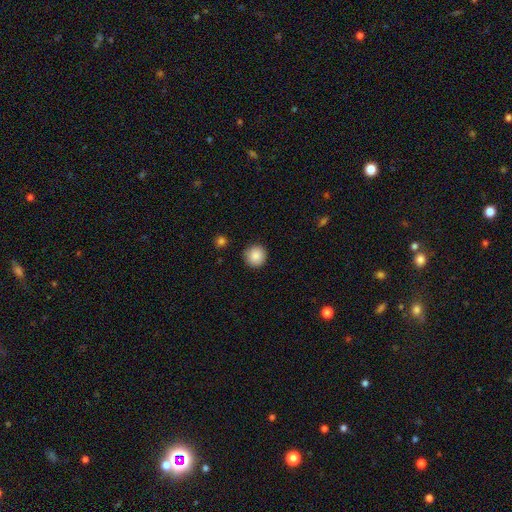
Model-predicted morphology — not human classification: The model was most divided on "smooth or featured": smooth: 88%, star or artifact: 8%, featured or disk: 3%. More confident: how rounded — round (95%); merging — none (91%).